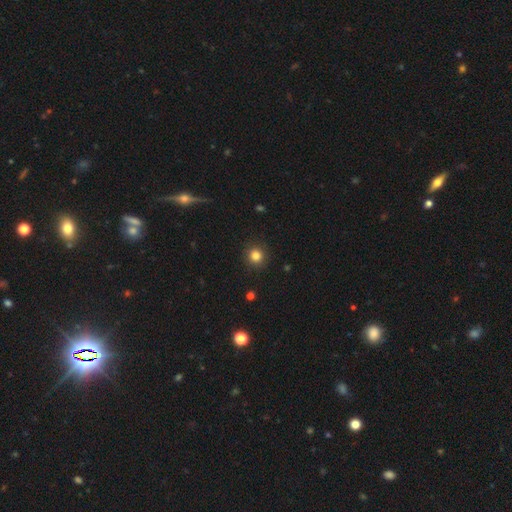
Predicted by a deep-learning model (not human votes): This appears to be a smooth galaxy with no disk features (82%) that is round (94%). Merging: none (92%).